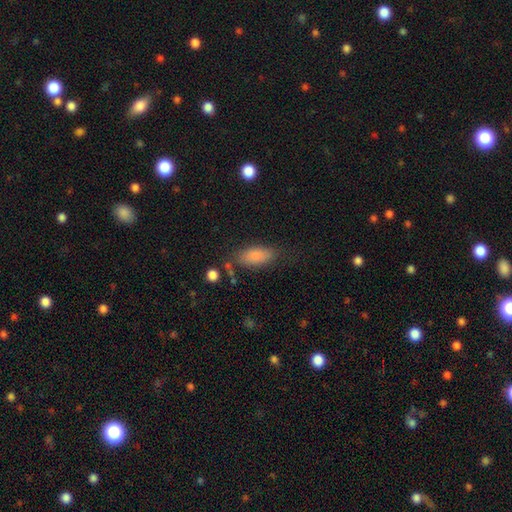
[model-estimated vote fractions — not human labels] Smooth or featured? Predicted: smooth (p=0.85). How rounded? Predicted: in between (p=0.84). Merging? Predicted: none (p=0.70).